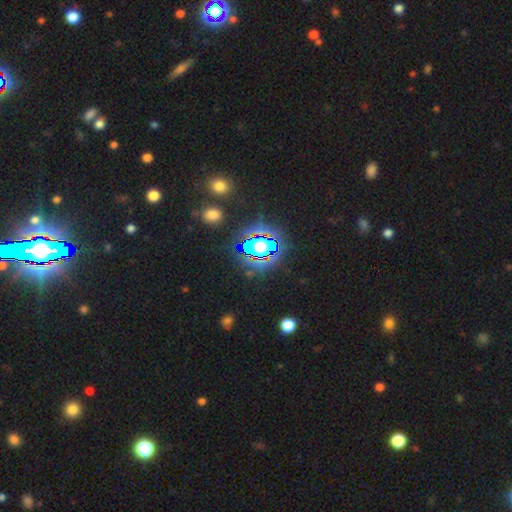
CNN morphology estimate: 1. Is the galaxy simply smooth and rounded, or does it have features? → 82% star or artifact, 11% smooth, 7% featured or disk.